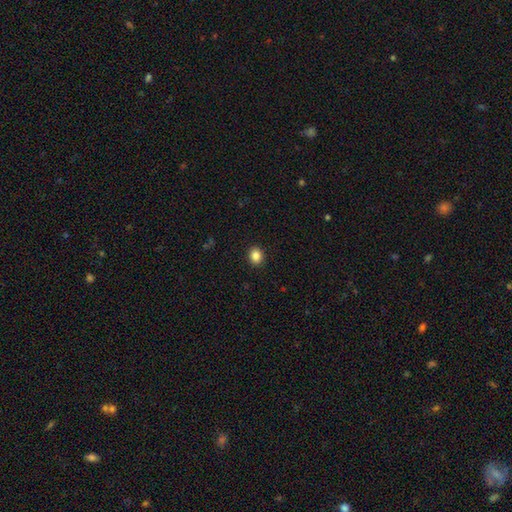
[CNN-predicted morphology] Smooth or featured: smooth — 86% (star or artifact — 10%)
How rounded: round — 62% (in between — 37%)
Merging: none — 91% (minor disturbance — 6%)